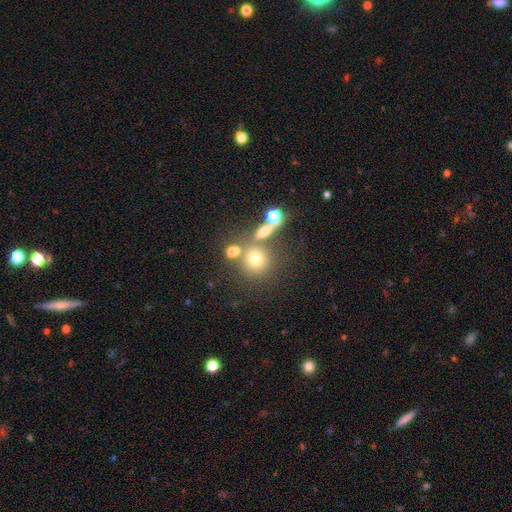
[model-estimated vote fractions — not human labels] Smooth or featured: smooth — 56% (star or artifact — 30%)
How rounded: round — 87% (in between — 11%)
Merging: none — 58% (merger — 28%)